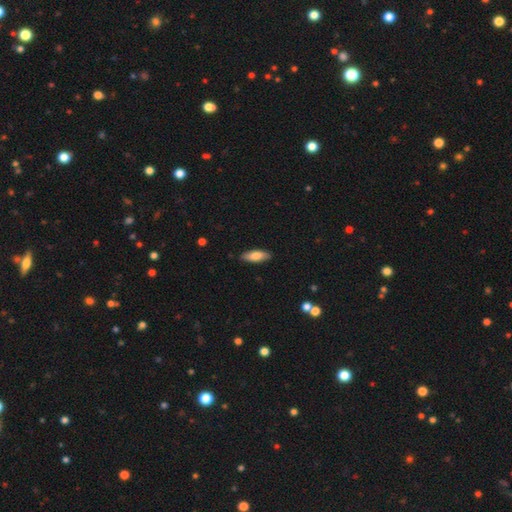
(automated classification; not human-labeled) smooth_or_featured: smooth (p=0.78) [alt: featured or disk p=0.16]
how_rounded: in between (p=0.66) [alt: cigar-shaped p=0.32]
merging: none (p=0.87) [alt: minor disturbance p=0.10]